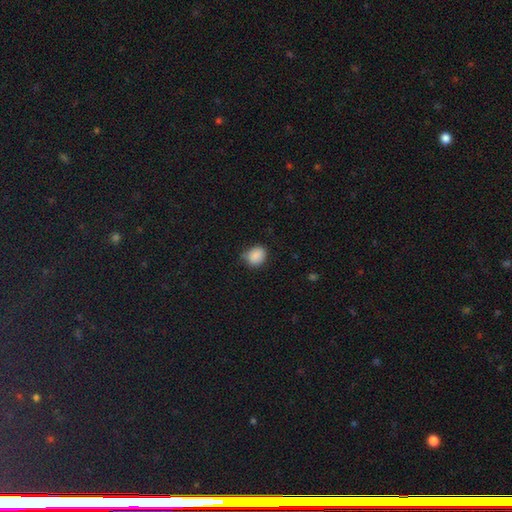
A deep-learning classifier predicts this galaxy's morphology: smooth-or-featured: smooth: 88% | star or artifact: 8% | featured or disk: 4%
  how-rounded: round: 54% | in between: 45% | cigar-shaped: 1%
  merging: none: 68% | minor disturbance: 26% | major disturbance: 5% | merger: 1%